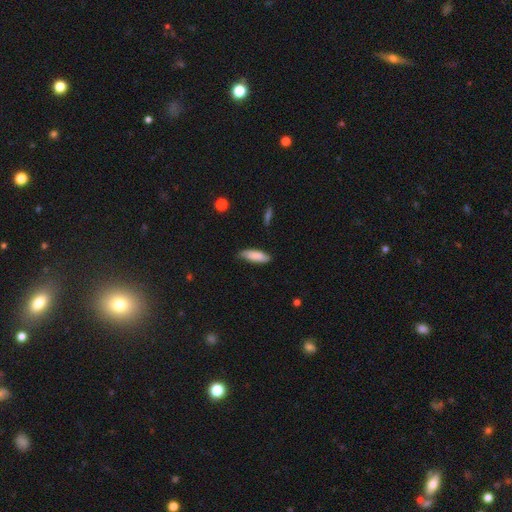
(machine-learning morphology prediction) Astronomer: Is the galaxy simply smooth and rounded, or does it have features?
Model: smooth — 84%.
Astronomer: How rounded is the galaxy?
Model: in between — 59% (runner-up: cigar-shaped, 39%).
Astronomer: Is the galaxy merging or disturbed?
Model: none — 72%.